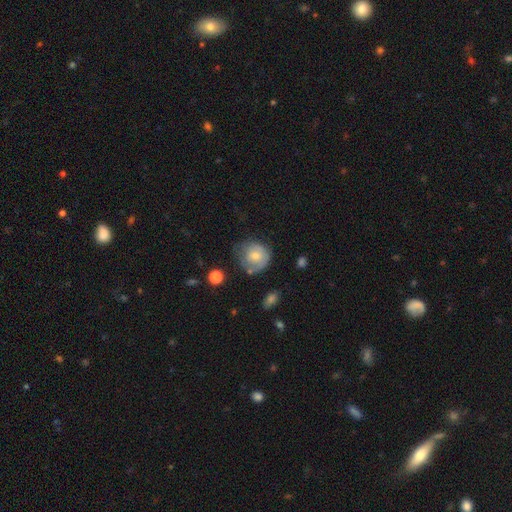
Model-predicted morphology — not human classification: Smooth or featured: smooth — 65% (featured or disk — 28%)
How rounded: round — 84% (in between — 15%)
Merging: none — 51% (minor disturbance — 31%)